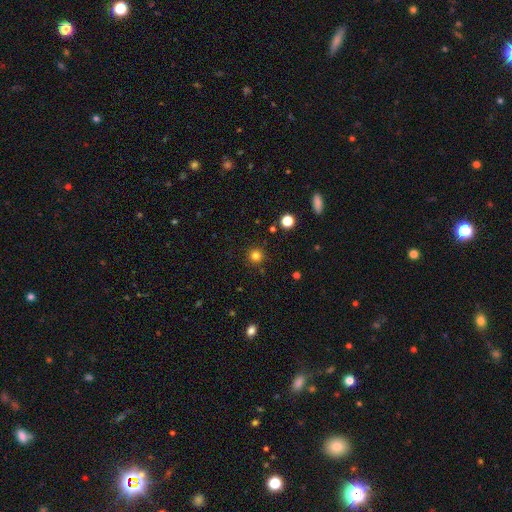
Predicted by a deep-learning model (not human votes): The model was most divided on "smooth or featured": smooth: 80%, star or artifact: 15%, featured or disk: 5%. More confident: how rounded — round (95%); merging — none (90%).